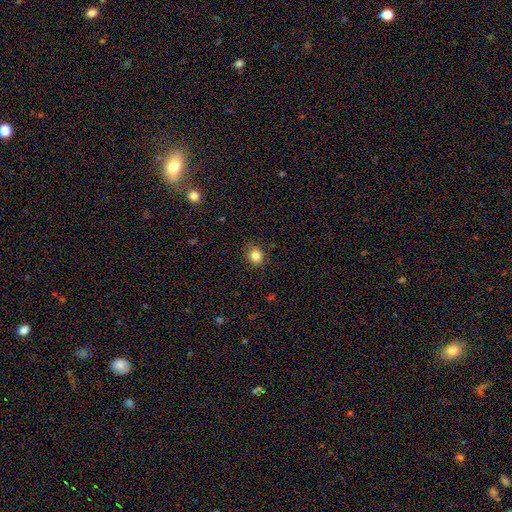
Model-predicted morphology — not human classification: A smooth galaxy with no disk features (83%) that is round (79%).

Vote fractions:
- Smooth or featured? smooth: 83% / star or artifact: 11% / featured or disk: 6%
- How rounded? round: 79% / in between: 20% / cigar-shaped: 1%
- Merging? none: 83% / minor disturbance: 13% / major disturbance: 3% / merger: 1%